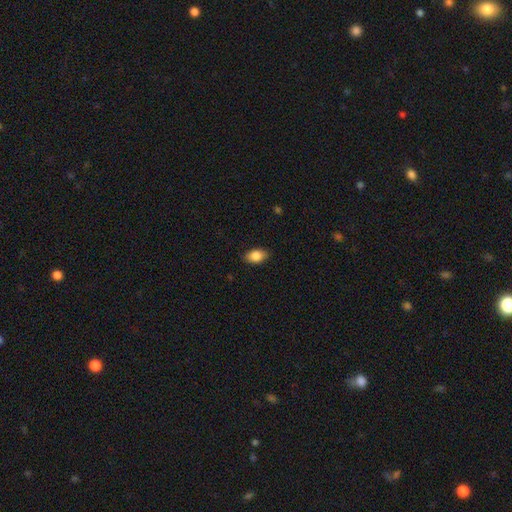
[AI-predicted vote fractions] Smooth or featured?
  - smooth: 86% *
  - star or artifact: 8%
  - featured or disk: 7%
How rounded?
  - in between: 88% *
  - round: 10%
  - cigar-shaped: 2%
Merging?
  - none: 86% *
  - minor disturbance: 10%
  - major disturbance: 2%
  - merger: 1%